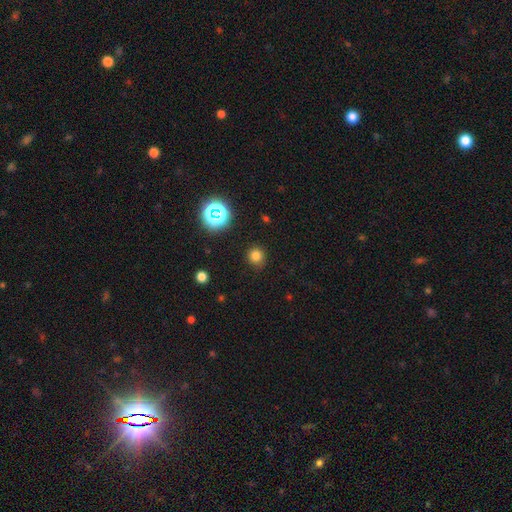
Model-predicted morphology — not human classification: smooth 76%, star or artifact 19%, featured or disk 6%. Down the decision tree: how rounded — round (91%); merging — none (86%).